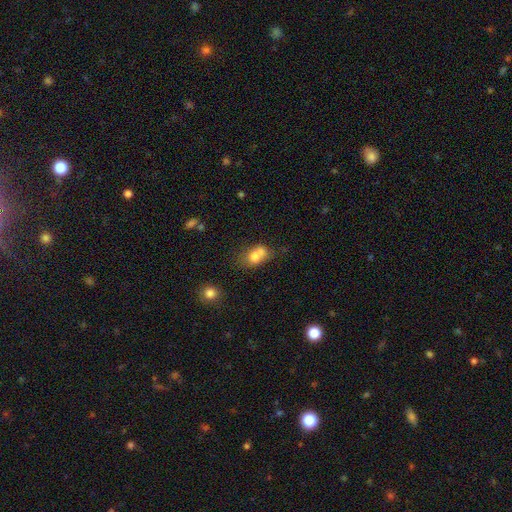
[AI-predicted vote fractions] smooth 72%, featured or disk 17%, star or artifact 11%. Down the decision tree: how rounded — in between (62%); merging — merger (49%).